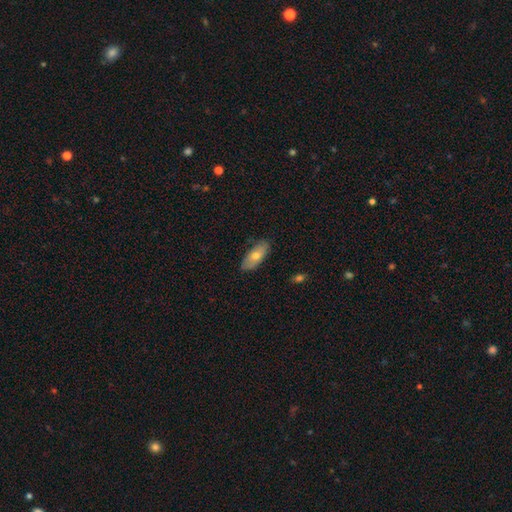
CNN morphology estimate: A smooth galaxy with no disk features (64%) that is in between round and cigar-shaped (84%). Merging: none (82%).